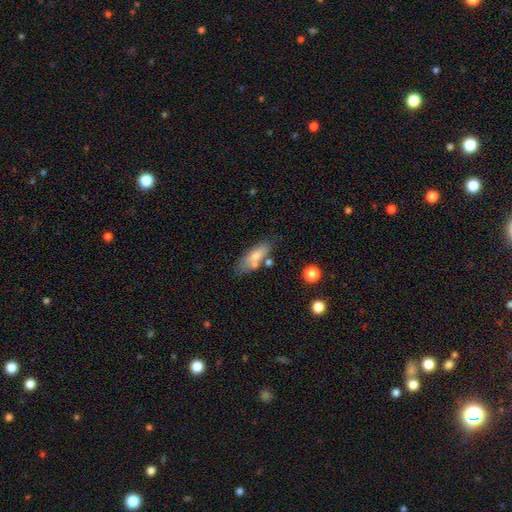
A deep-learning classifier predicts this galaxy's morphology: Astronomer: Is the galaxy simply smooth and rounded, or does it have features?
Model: smooth — 74%.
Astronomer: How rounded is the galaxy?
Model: in between — 63%.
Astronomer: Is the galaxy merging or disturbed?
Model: none — 67%.